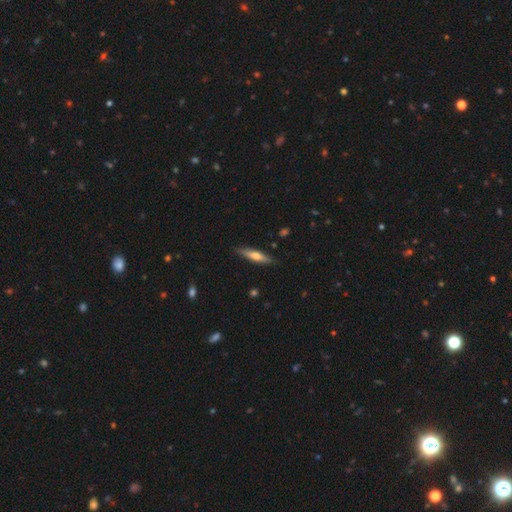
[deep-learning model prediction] Overall: smooth (51%; featured or disk 43%). How rounded: cigar-shaped (81%). Merging: none (85%).